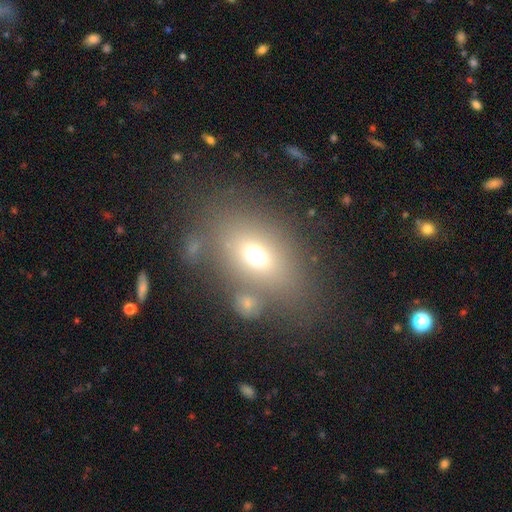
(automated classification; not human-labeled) The model was most divided on "merging": none: 59%, minor disturbance: 16%, merger: 14%, major disturbance: 11%. More confident: how rounded — in between (74%); smooth or featured — smooth (65%).